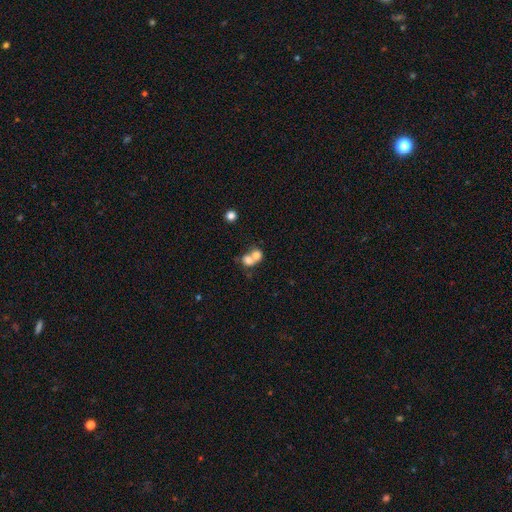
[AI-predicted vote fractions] A smooth galaxy with no disk features (72%) that is round (65%).

Vote fractions:
- Smooth or featured? smooth: 72% / featured or disk: 18% / star or artifact: 10%
- How rounded? round: 65% / in between: 34% / cigar-shaped: 1%
- Merging? merger: 70% / none: 22% / minor disturbance: 5% / major disturbance: 4%